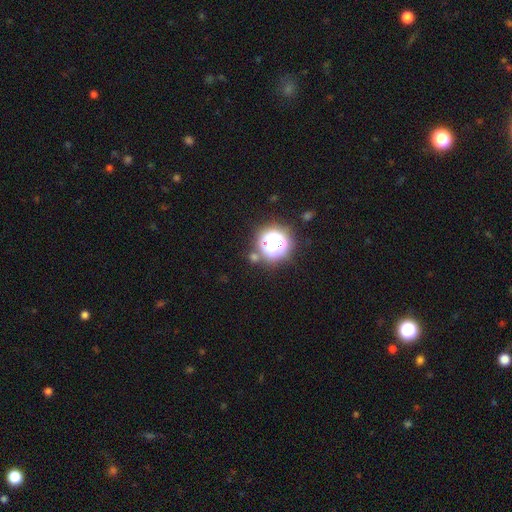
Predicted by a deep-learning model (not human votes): Smooth or featured: star or artifact — 62% (smooth — 28%)